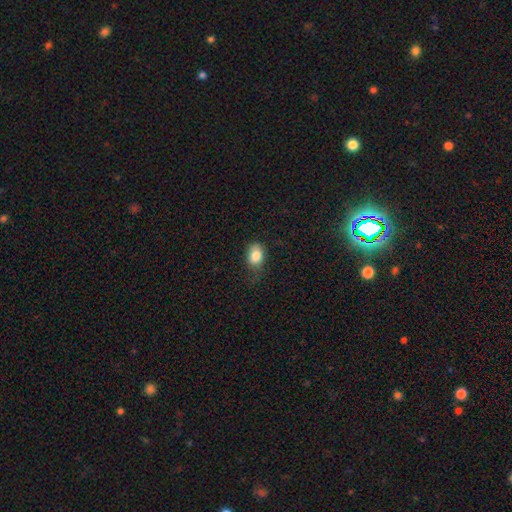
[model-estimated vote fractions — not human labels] The model was most divided on "merging": none: 61%, minor disturbance: 28%, major disturbance: 9%, merger: 1%. More confident: smooth or featured — smooth (84%); how rounded — in between (68%).